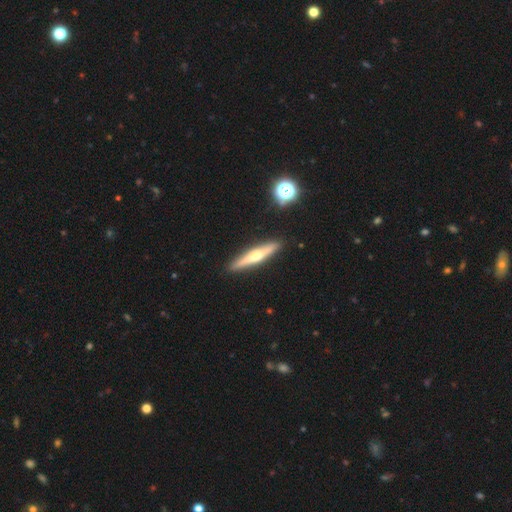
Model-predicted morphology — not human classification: smooth_or_featured: featured or disk (p=0.62) [alt: smooth p=0.32]
disk_edge_on: yes (p=0.96) [alt: no p=0.04]
edge_on_bulge: rounded (p=0.88) [alt: none p=0.07]
merging: none (p=0.91) [alt: minor disturbance p=0.06]